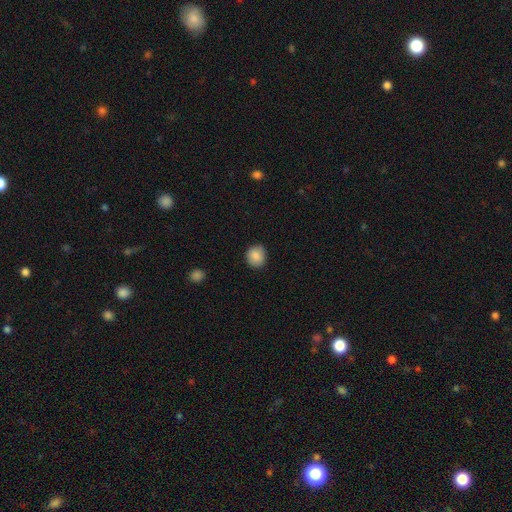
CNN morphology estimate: Smooth or featured? Predicted: smooth (p=0.88). How rounded? Predicted: round (p=0.85). Merging? Predicted: none (p=0.88).